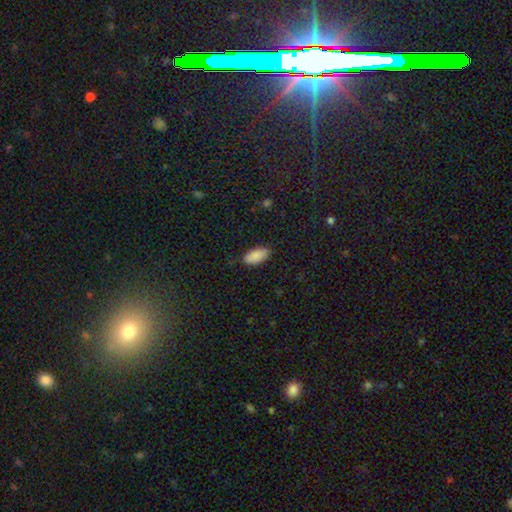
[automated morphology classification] The model was most divided on "merging": none: 84%, minor disturbance: 13%, major disturbance: 2%, merger: 1%. More confident: how rounded — in between (92%); smooth or featured — smooth (88%).